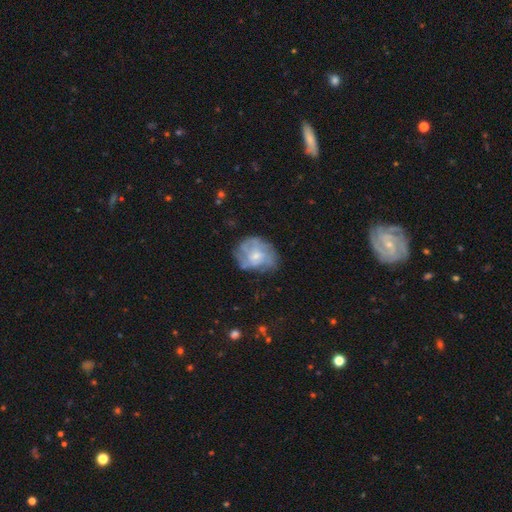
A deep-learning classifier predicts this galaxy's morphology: Smooth or featured? Predicted: featured or disk (p=0.59). Edge-on disk? Predicted: no (p=0.98). Bar? Predicted: no (p=0.68). Spiral arms? Predicted: yes (p=0.63). Bulge size? Predicted: small (p=0.52). Merging? Predicted: none (p=0.59).